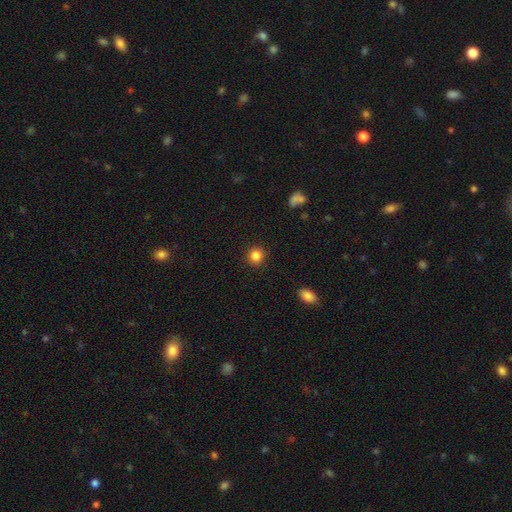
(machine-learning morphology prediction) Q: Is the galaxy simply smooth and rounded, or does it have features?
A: smooth — 85%.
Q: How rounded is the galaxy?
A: round — 91%.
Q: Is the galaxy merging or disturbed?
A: none — 91%.